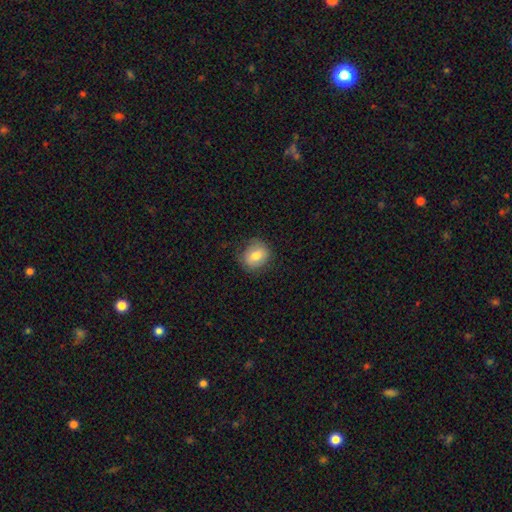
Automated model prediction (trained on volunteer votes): Smooth or featured? smooth (77%)
How rounded? round (65%)
Merging? none (76%)